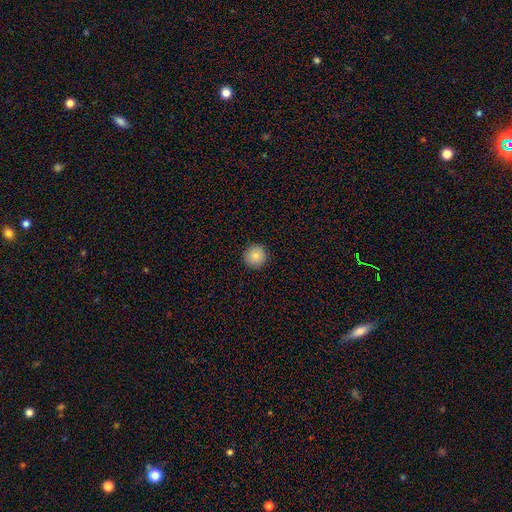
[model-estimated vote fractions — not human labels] smooth_or_featured: smooth (p=0.85) [alt: star or artifact p=0.09]
how_rounded: round (p=0.95) [alt: in between p=0.04]
merging: none (p=0.92) [alt: minor disturbance p=0.05]